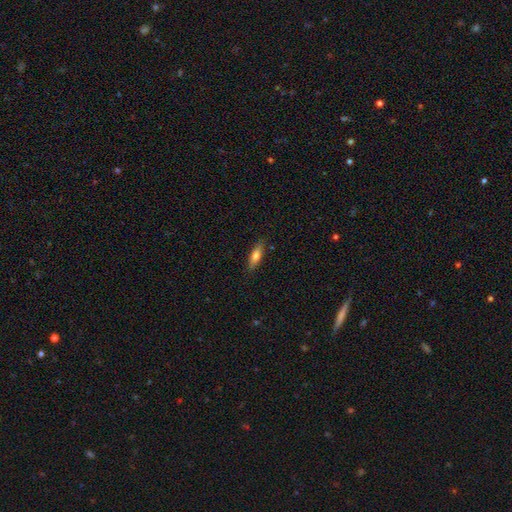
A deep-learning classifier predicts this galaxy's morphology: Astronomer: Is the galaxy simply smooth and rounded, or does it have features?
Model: smooth — 72%.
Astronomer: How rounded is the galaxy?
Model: cigar-shaped — 50% (runner-up: in between, 48%).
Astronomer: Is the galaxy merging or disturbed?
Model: none — 85%.